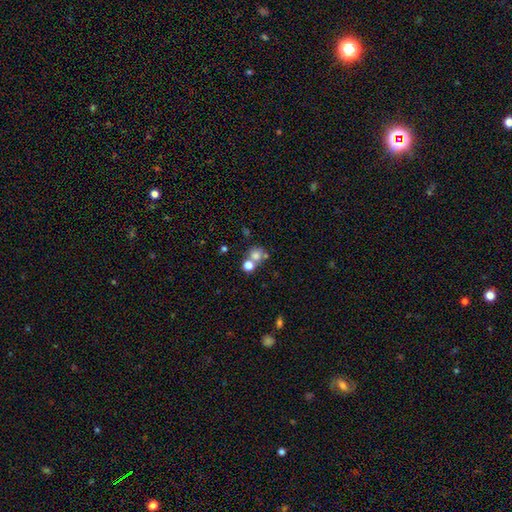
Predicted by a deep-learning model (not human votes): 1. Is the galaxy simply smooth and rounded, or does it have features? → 73% smooth, 16% star or artifact, 12% featured or disk.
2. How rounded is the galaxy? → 82% round, 17% in between, 1% cigar-shaped.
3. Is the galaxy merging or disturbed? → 49% none, 39% merger, 8% minor disturbance, 4% major disturbance.